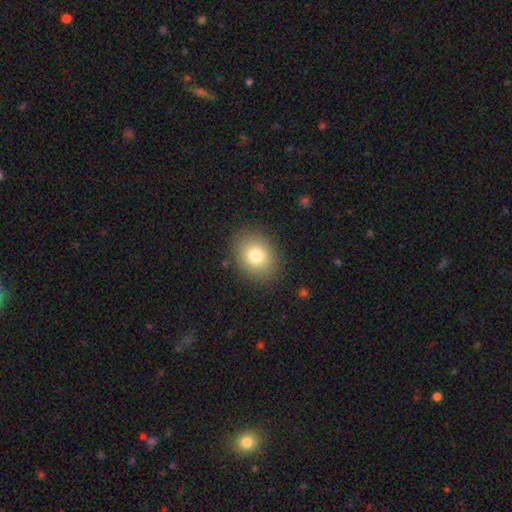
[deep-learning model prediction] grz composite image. It shows a smooth galaxy with no disk features (78%) that is in between round and cigar-shaped (53%). Merging: none (86%).